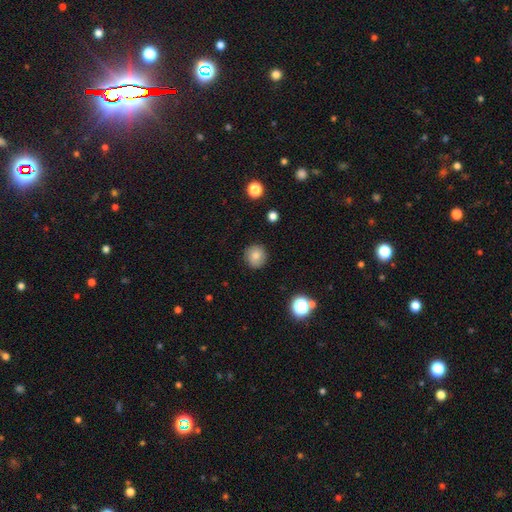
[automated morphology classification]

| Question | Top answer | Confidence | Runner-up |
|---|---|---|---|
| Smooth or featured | smooth | 81% | star or artifact (10%) |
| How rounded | round | 91% | in between (8%) |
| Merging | none | 88% | minor disturbance (8%) |